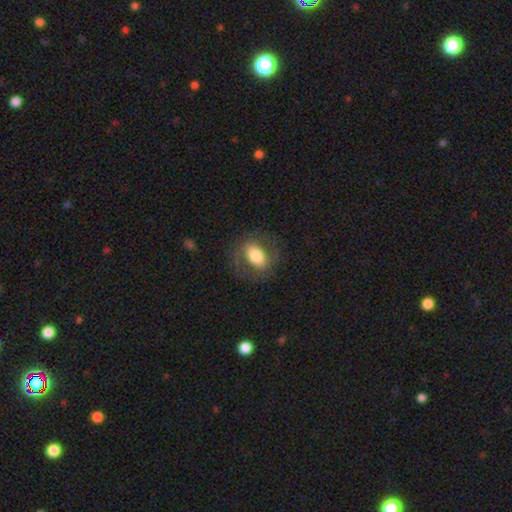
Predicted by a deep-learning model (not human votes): This appears to be a smooth galaxy with no disk features (58%) that is in between round and cigar-shaped (75%). Merging: none (74%).